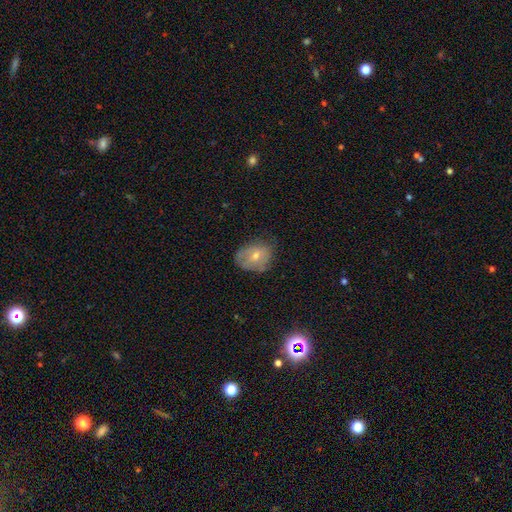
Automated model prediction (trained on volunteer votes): Smooth or featured? Predicted: smooth (p=0.47). Merging? Predicted: none (p=0.61).